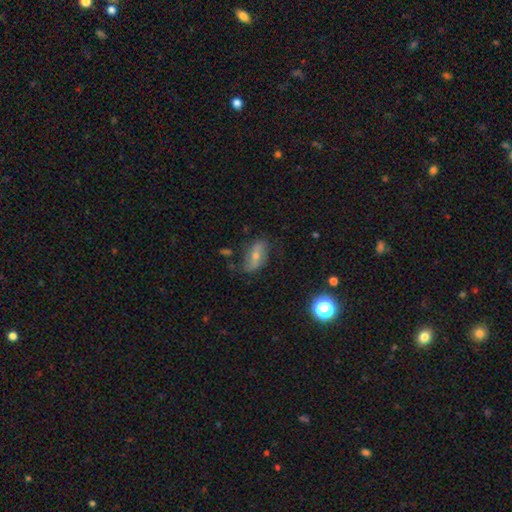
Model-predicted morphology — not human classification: smooth-or-featured: featured or disk: 57% | smooth: 28% | star or artifact: 15%
  disk-edge-on: no: 88% | yes: 12%
  merging: none: 72% | minor disturbance: 19% | major disturbance: 7% | merger: 2%